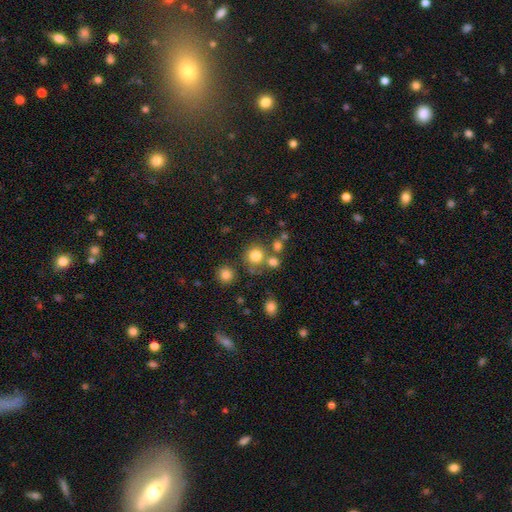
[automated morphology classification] The model was most divided on "merging": none: 70%, merger: 17%, minor disturbance: 9%, major disturbance: 4%. More confident: how rounded — round (91%); smooth or featured — smooth (78%).